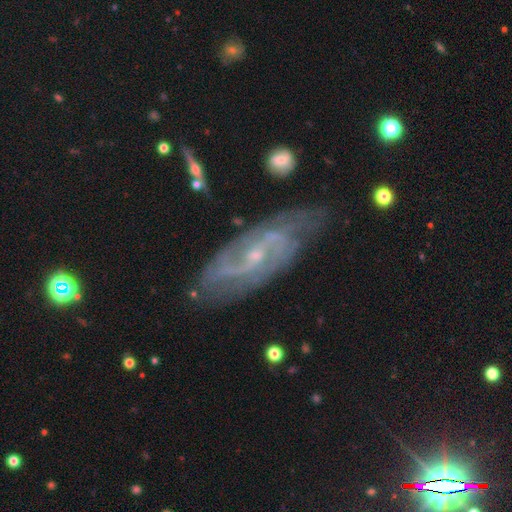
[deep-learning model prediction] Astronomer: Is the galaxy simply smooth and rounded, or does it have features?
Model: featured or disk — 87%.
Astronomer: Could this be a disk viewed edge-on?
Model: no — 92%.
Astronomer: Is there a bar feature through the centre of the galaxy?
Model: weak — 46% (runner-up: no, 37%).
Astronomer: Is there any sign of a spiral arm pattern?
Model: yes — 96%.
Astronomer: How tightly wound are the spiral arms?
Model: medium — 48% (runner-up: tight, 33%).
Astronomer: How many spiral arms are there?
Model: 2 — 69%.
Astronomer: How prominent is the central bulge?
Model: small — 76%.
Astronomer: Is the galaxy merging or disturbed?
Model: none — 73%.